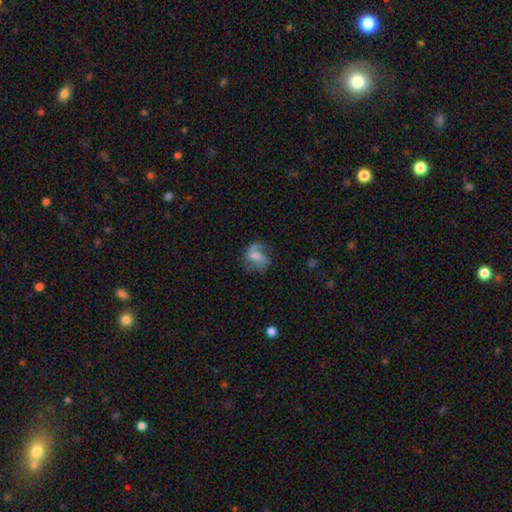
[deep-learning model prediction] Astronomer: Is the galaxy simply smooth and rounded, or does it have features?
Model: featured or disk — 60%.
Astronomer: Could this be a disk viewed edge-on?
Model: no — 98%.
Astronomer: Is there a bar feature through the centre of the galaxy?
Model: weak — 44% (runner-up: no, 40%).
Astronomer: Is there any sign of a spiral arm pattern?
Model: yes — 85%.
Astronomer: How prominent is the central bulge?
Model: none — 32% (runner-up: moderate, 28%).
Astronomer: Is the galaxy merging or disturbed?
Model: none — 51%.